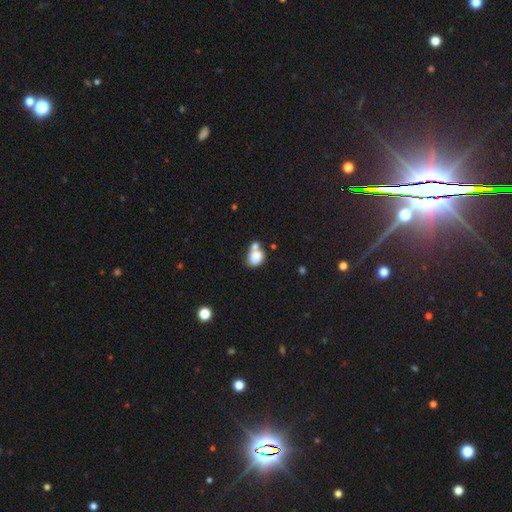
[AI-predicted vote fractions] This appears to be a smooth galaxy with no disk features (81%) that is in between round and cigar-shaped (63%). Merging: merger (49%).